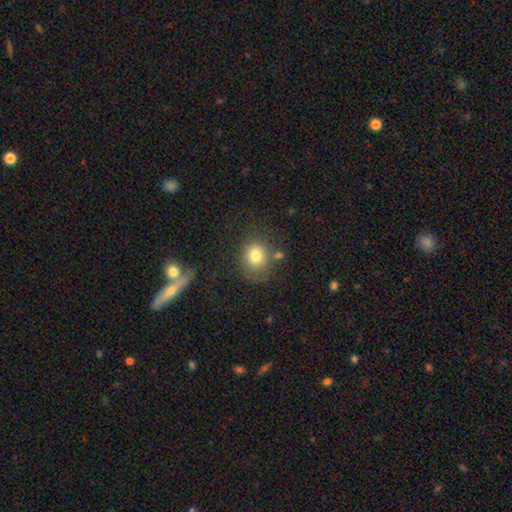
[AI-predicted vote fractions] This is likely a smooth galaxy (78%). How rounded: likely round (69%). Merging: likely none (65%).